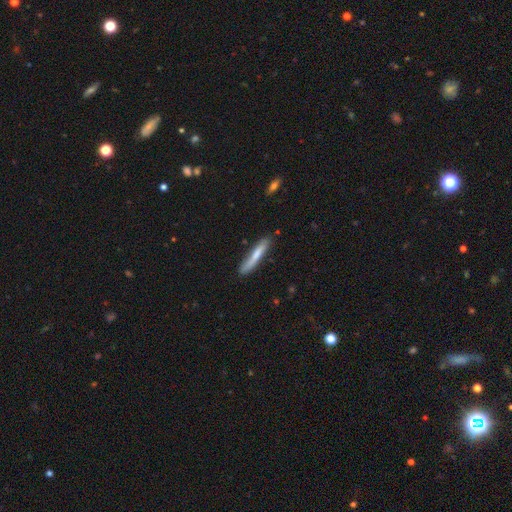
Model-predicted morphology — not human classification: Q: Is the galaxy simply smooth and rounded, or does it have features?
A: smooth — 52%.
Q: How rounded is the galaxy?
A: cigar-shaped — 93%.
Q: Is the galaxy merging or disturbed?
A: none — 82%.